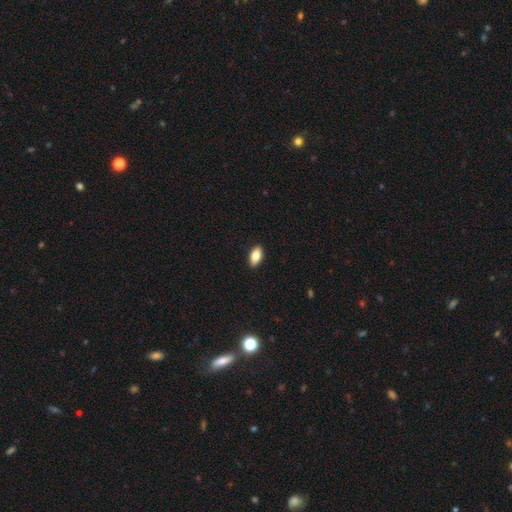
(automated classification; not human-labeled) Smooth or featured? smooth (81%)
How rounded? in between (90%)
Merging? none (90%)